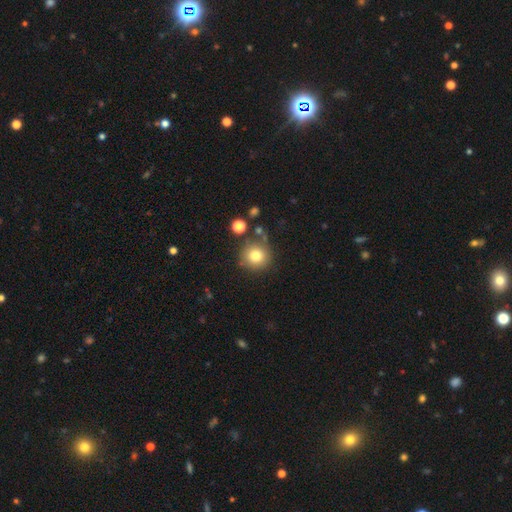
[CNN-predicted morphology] Smooth or featured: smooth — 79% (star or artifact — 12%)
How rounded: round — 93% (in between — 6%)
Merging: none — 78% (minor disturbance — 11%)